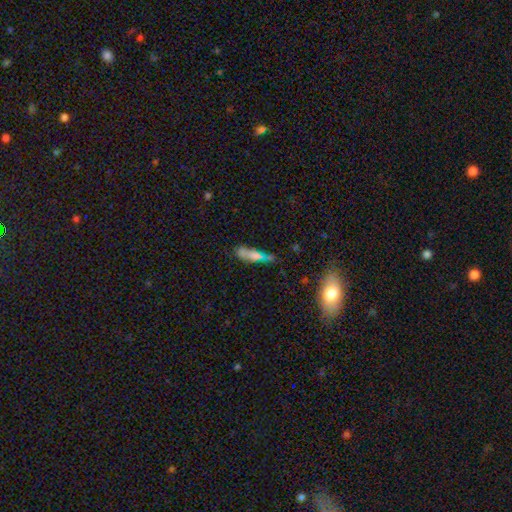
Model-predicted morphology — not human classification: type=smooth (64%); roundness=cigar-shaped (58%); merging=none (39%).